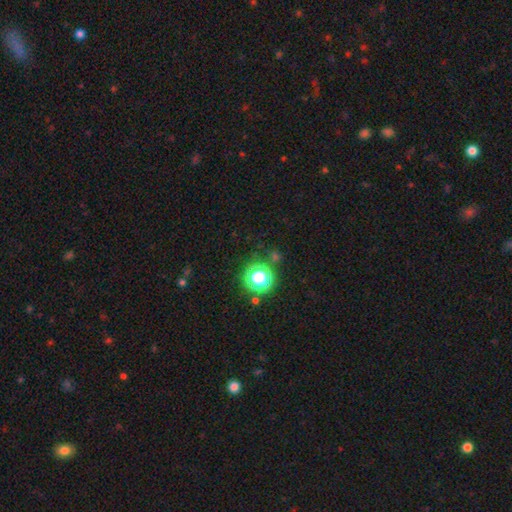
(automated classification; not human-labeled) A star or artifact, not a galaxy (66%).